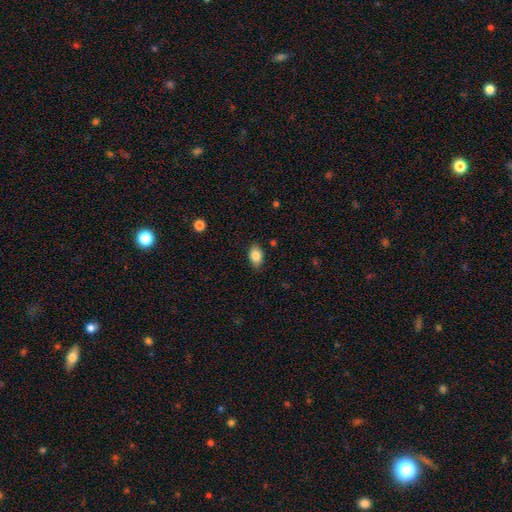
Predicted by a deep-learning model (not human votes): This is clearly a smooth galaxy (84%). How rounded: clearly in between (85%). Merging: clearly none (83%).